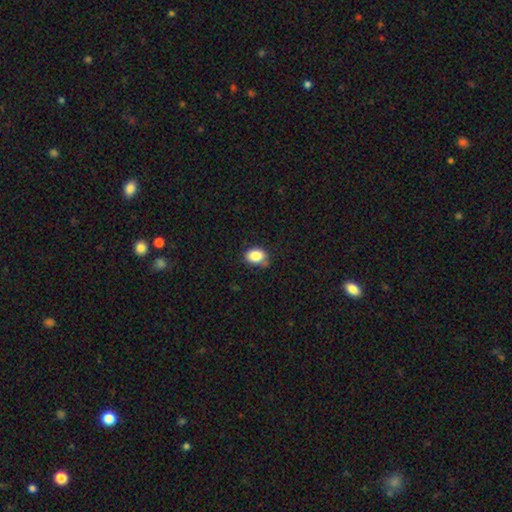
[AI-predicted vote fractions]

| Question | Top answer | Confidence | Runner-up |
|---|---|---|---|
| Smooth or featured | smooth | 85% | star or artifact (9%) |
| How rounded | in between | 68% | round (31%) |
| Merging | none | 69% | minor disturbance (23%) |